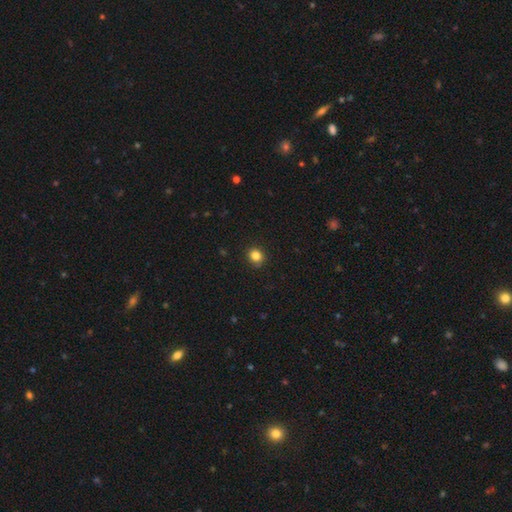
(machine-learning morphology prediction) smooth-or-featured: smooth: 83% | star or artifact: 12% | featured or disk: 5%
  how-rounded: round: 82% | in between: 17% | cigar-shaped: 1%
  merging: none: 90% | minor disturbance: 7% | major disturbance: 2% | merger: 1%